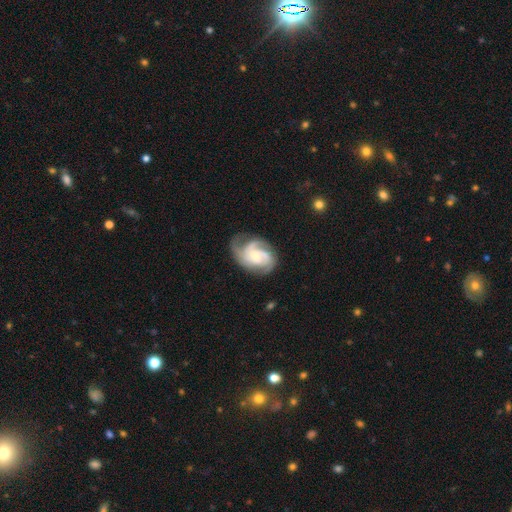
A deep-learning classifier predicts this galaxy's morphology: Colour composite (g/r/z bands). It shows a featured or disk galaxy (86%) with no bar (68%), 3 (56%) tight (47%) spiral arms (97%) and a small central bulge (58%). Merging: none (65%).